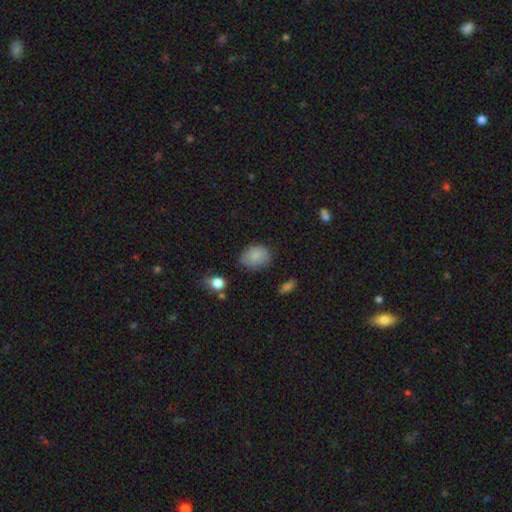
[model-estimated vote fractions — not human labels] The model was most divided on "how rounded": in between: 56%, round: 43%, cigar-shaped: 1%. More confident: smooth or featured — smooth (85%); merging — none (71%).